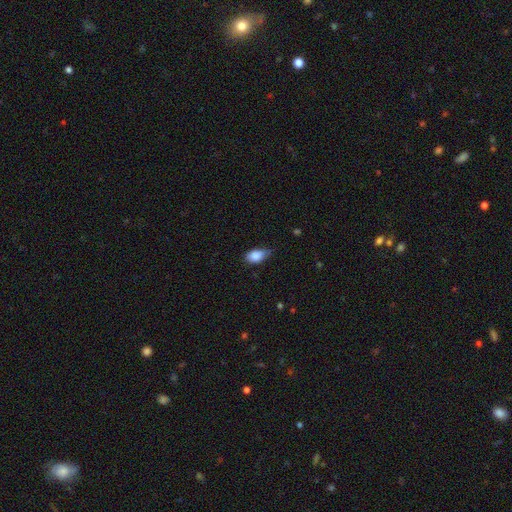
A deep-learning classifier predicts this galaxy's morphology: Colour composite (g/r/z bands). It shows a smooth galaxy with no disk features (85%) that is in between round and cigar-shaped (88%). Merging: none (49%).